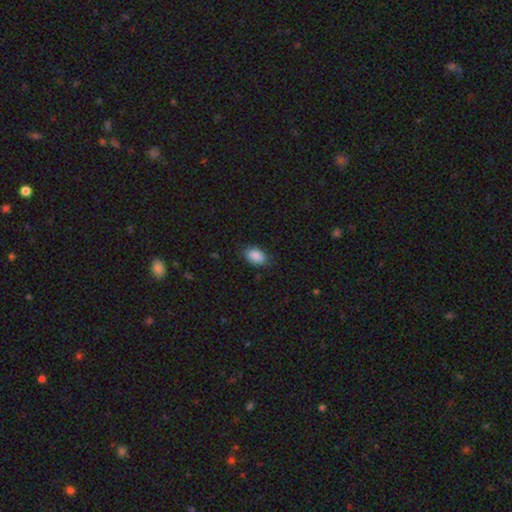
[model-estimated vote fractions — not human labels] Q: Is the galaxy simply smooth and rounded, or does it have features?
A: smooth — 89%.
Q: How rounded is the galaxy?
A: in between — 90%.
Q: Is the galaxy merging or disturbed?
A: none — 80%.